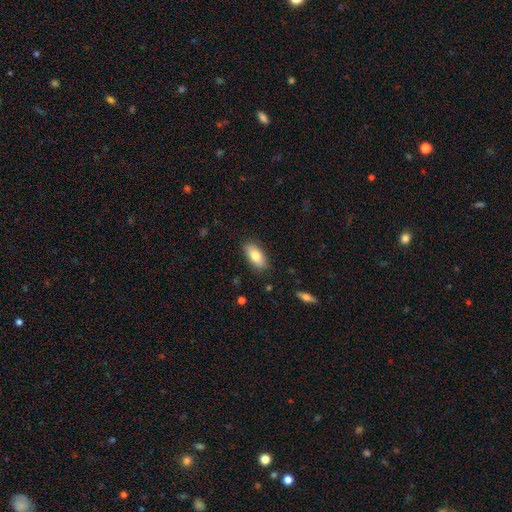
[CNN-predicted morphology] A smooth galaxy with no disk features (79%) that is in between round and cigar-shaped (89%). Merging: none (86%).